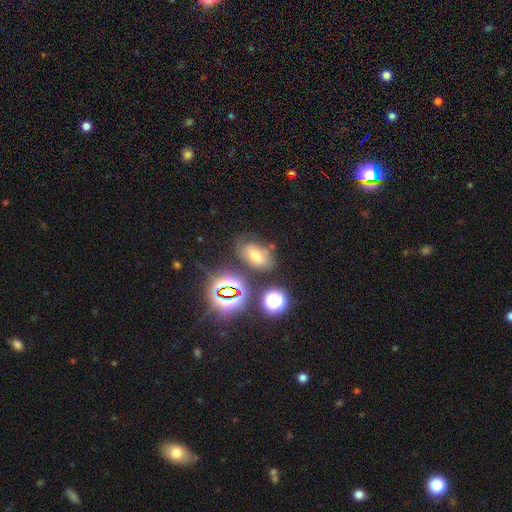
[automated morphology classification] smooth-or-featured: smooth: 52% | star or artifact: 28% | featured or disk: 20%
  how-rounded: in between: 83% | round: 14% | cigar-shaped: 2%
  merging: none: 67% | minor disturbance: 17% | merger: 8% | major disturbance: 8%